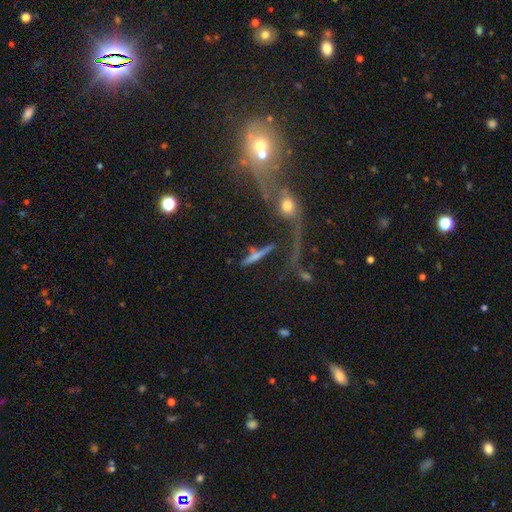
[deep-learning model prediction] Smooth or featured?
  - smooth: 49% *
  - featured or disk: 39%
  - star or artifact: 12%
Merging?
  - none: 52% *
  - merger: 21%
  - minor disturbance: 15%
  - major disturbance: 12%